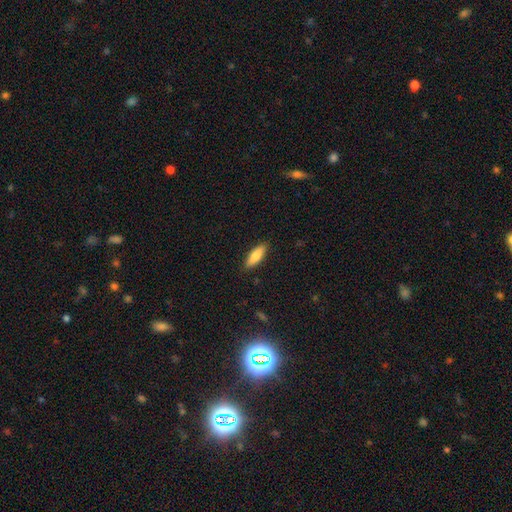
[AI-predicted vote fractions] Smooth or featured? smooth (82%)
How rounded? in between (56%)
Merging? none (88%)